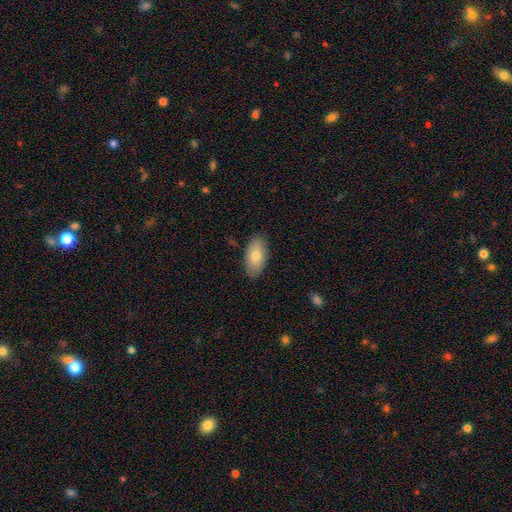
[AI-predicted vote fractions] This appears to be a smooth galaxy with no disk features (76%) that is in between round and cigar-shaped (93%). Merging: none (87%).